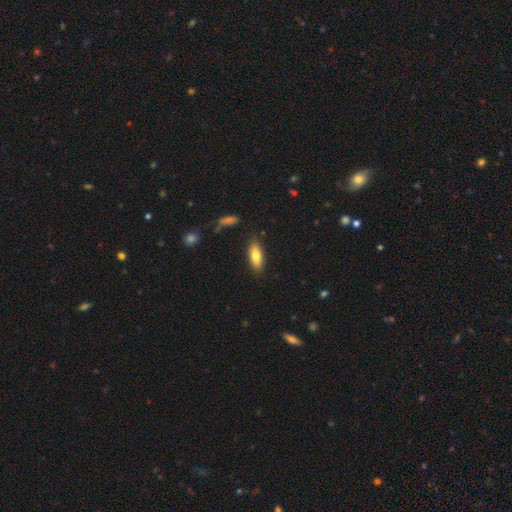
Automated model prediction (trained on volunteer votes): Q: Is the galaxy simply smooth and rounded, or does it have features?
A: smooth — 80%.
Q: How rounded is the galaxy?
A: in between — 73%.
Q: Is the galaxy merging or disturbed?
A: none — 84%.